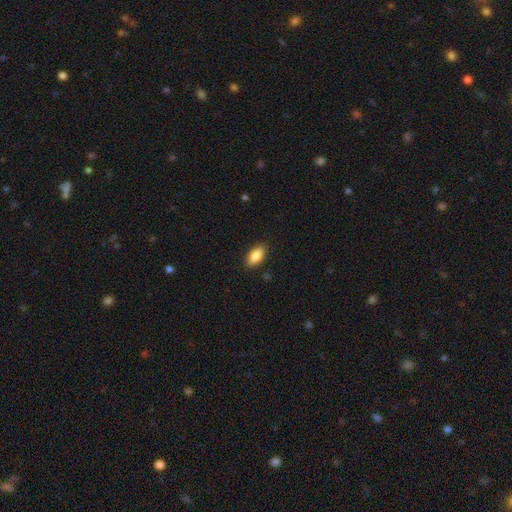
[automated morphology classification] Overall: smooth (86%). How rounded: in between (90%). Merging: none (87%).